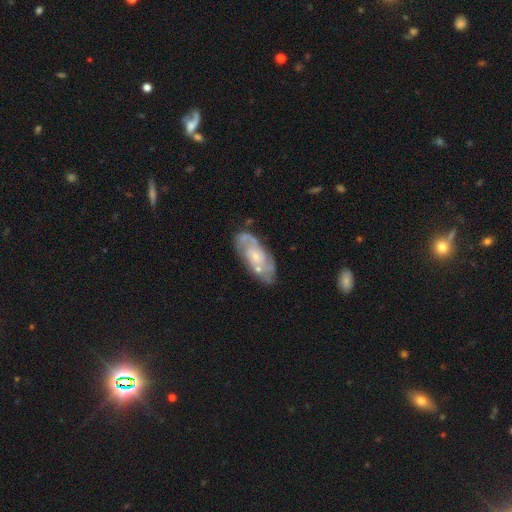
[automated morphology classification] Smooth or featured? featured or disk (75%)
Edge-on disk? no (93%)
Bar? no (71%)
Spiral arms? yes (86%)
Spiral winding? tight (49%)
Spiral arm count? 2 (53%)
Bulge size? small (62%)
Merging? none (69%)